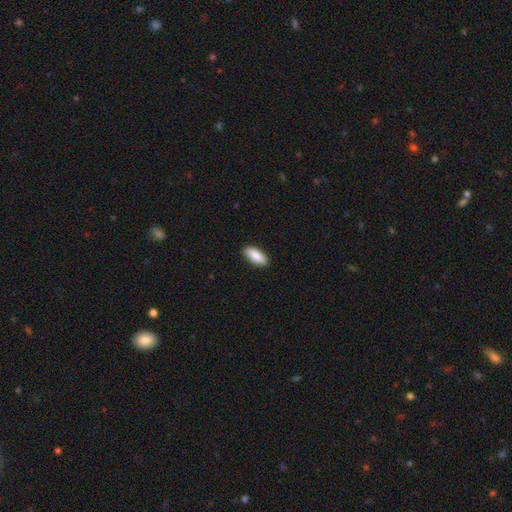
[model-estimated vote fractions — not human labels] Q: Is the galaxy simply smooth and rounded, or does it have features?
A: smooth — 88%.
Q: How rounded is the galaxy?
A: in between — 84%.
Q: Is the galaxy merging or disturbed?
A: none — 90%.